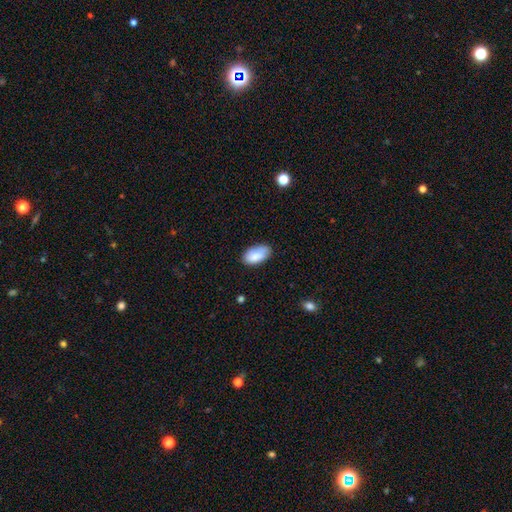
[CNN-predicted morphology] The model was most divided on "merging": none: 74%, minor disturbance: 21%, major disturbance: 4%, merger: 2%. More confident: how rounded — in between (94%); smooth or featured — smooth (84%).